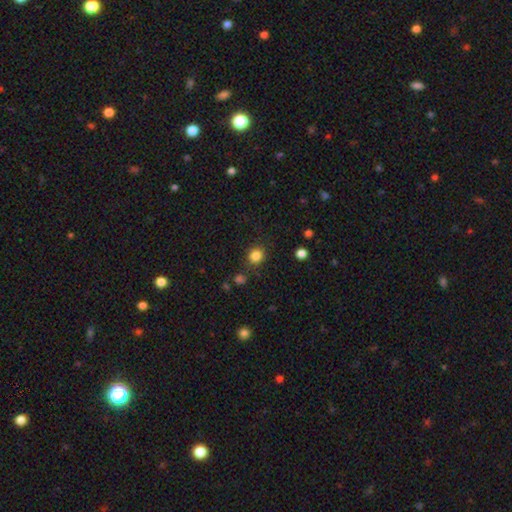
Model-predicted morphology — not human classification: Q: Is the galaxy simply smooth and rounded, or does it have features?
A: smooth — 85%.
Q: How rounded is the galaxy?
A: round — 82%.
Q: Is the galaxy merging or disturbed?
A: none — 85%.